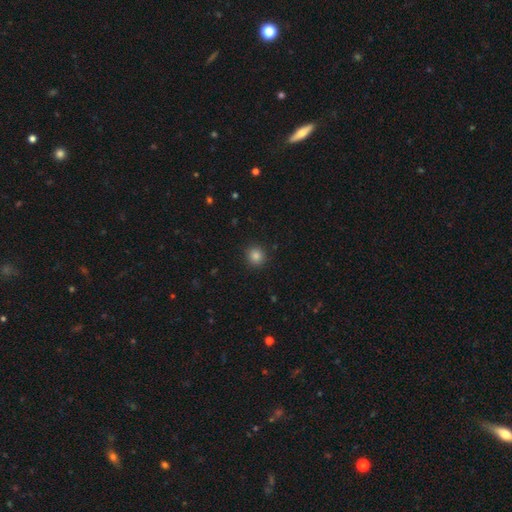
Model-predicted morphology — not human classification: smooth 84%, star or artifact 12%, featured or disk 4%. Down the decision tree: how rounded — round (91%); merging — none (91%).